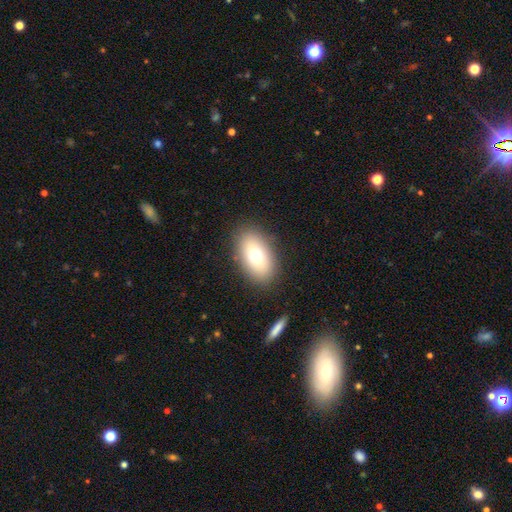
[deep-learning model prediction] smooth 72%, featured or disk 18%, star or artifact 10%. Down the decision tree: how rounded — in between (88%); merging — none (86%).